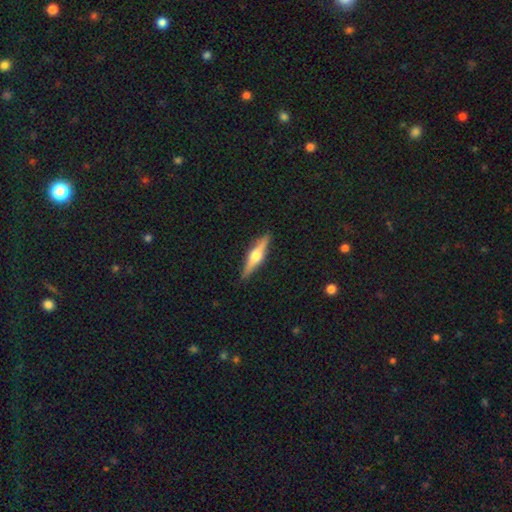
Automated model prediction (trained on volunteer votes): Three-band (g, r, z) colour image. It shows a featured or disk galaxy (70%) viewed edge-on (97%) with a rounded central bulge (93%). Merging: none (90%).